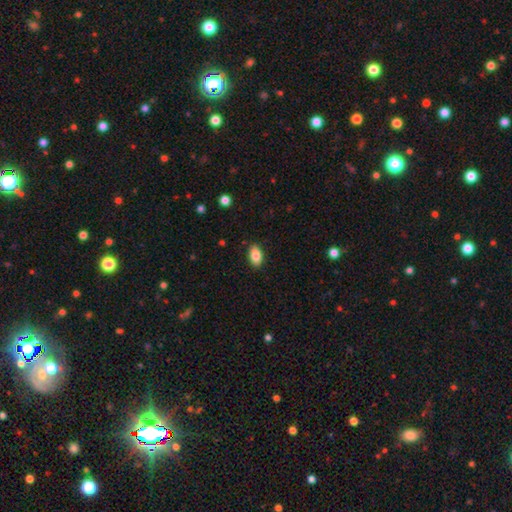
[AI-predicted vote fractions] smooth_or_featured: smooth (p=0.86) [alt: star or artifact p=0.08]
how_rounded: in between (p=0.92) [alt: round p=0.06]
merging: none (p=0.88) [alt: minor disturbance p=0.09]